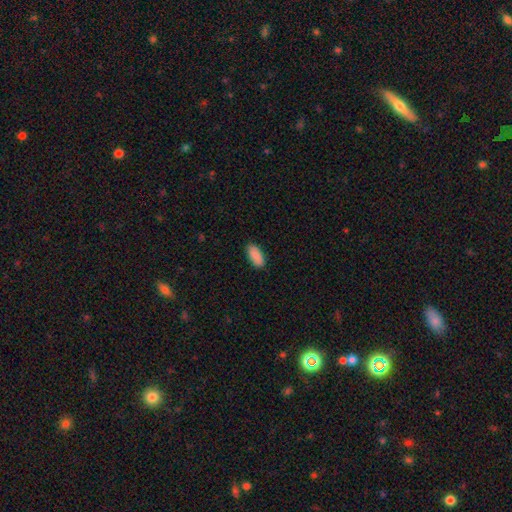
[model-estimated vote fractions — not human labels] Smooth or featured? smooth (90%)
How rounded? in between (91%)
Merging? none (88%)